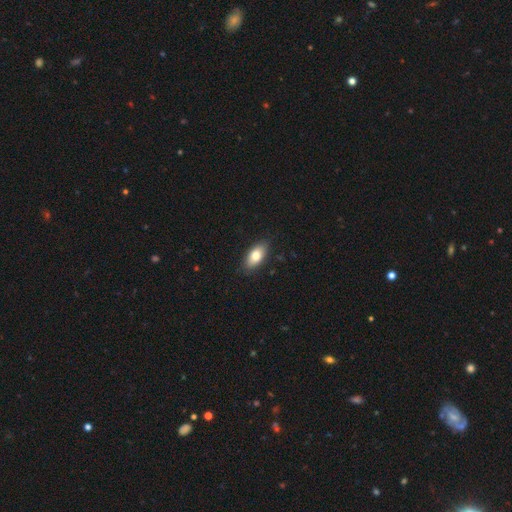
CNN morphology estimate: smooth-or-featured: smooth: 79% | featured or disk: 14% | star or artifact: 6%
  how-rounded: in between: 88% | cigar-shaped: 8% | round: 3%
  merging: none: 86% | minor disturbance: 11% | major disturbance: 2% | merger: 1%